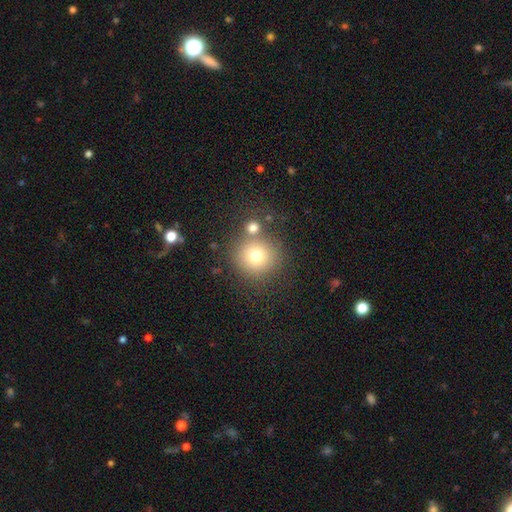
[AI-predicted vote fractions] smooth_or_featured: smooth (p=0.73) [alt: star or artifact p=0.14]
how_rounded: round (p=0.93) [alt: in between p=0.06]
merging: none (p=0.71) [alt: merger p=0.16]